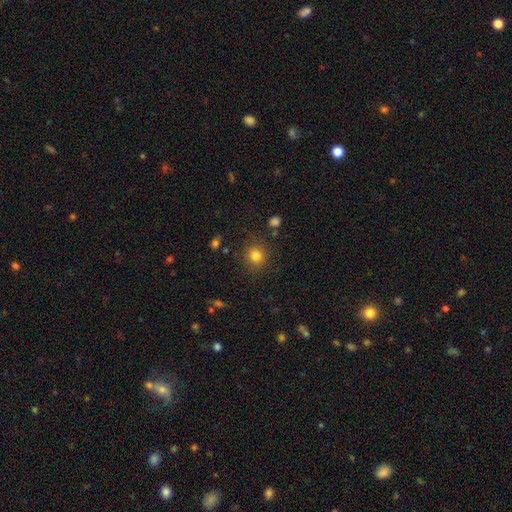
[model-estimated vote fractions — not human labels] Smooth or featured? Predicted: smooth (p=0.80). How rounded? Predicted: round (p=0.90). Merging? Predicted: none (p=0.86).